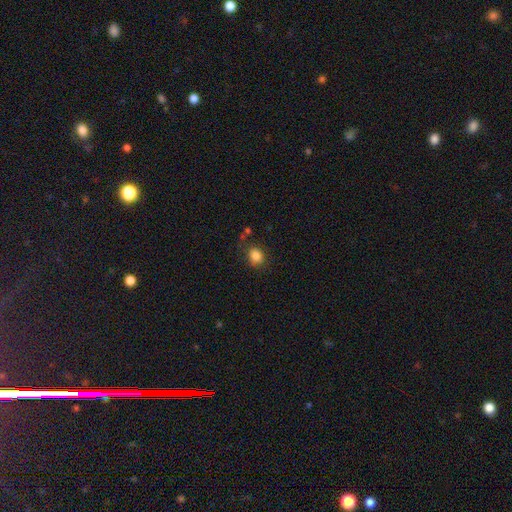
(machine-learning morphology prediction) Smooth or featured: smooth — 84% (star or artifact — 10%)
How rounded: round — 69% (in between — 30%)
Merging: none — 73% (minor disturbance — 16%)